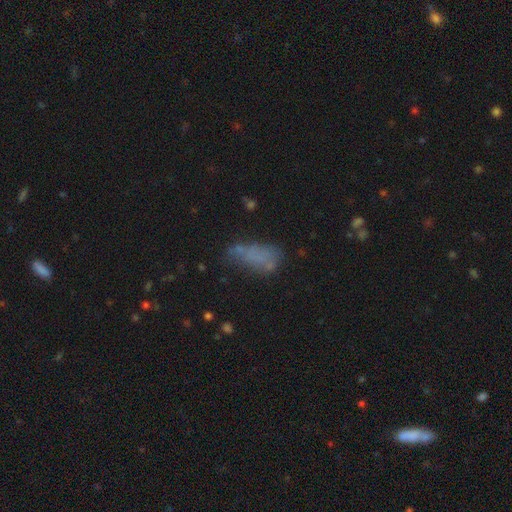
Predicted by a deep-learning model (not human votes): Morphology: type=smooth (56%); roundness=in between (79%); merging=none (40%).